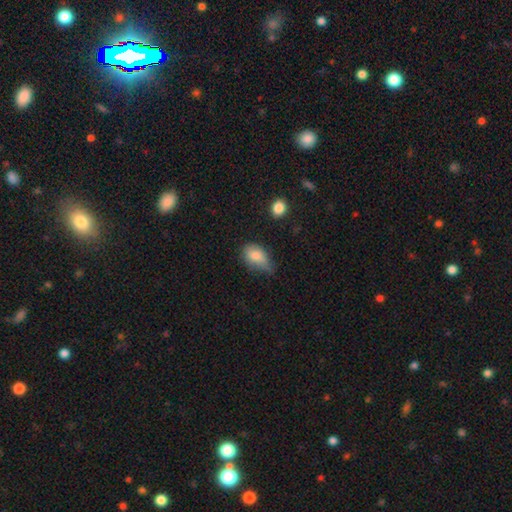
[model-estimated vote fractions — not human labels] smooth_or_featured: smooth (p=0.80) [alt: featured or disk p=0.11]
how_rounded: in between (p=0.84) [alt: round p=0.13]
merging: minor disturbance (p=0.49) [alt: none p=0.30]